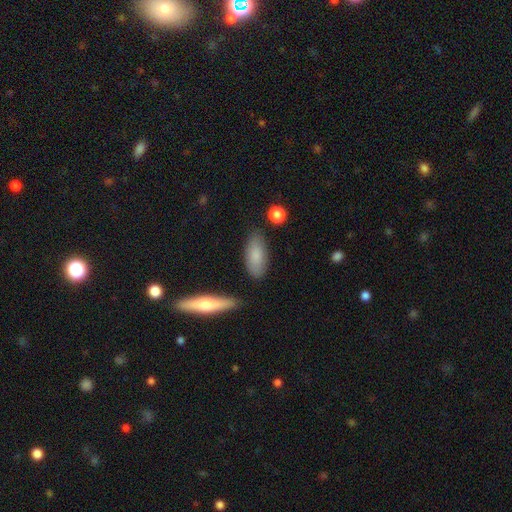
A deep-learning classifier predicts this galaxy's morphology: A smooth galaxy with no disk features (82%) that is in between round and cigar-shaped (81%).

Vote fractions:
- Smooth or featured? smooth: 82% / featured or disk: 12% / star or artifact: 6%
- How rounded? in between: 81% / cigar-shaped: 17% / round: 2%
- Merging? none: 79% / minor disturbance: 14% / merger: 4% / major disturbance: 3%